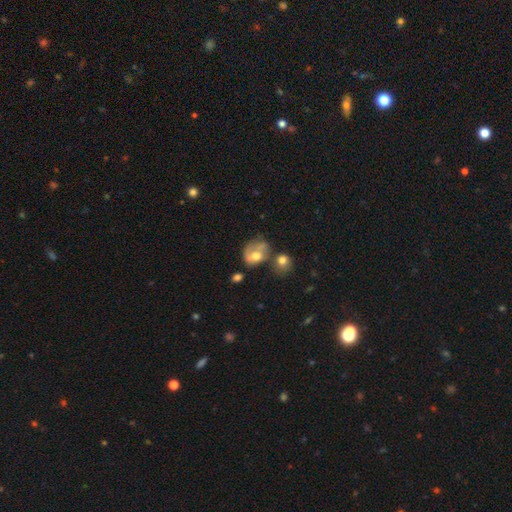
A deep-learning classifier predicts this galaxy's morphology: type=smooth (58%); roundness=in between (53%); merging=none (30%).